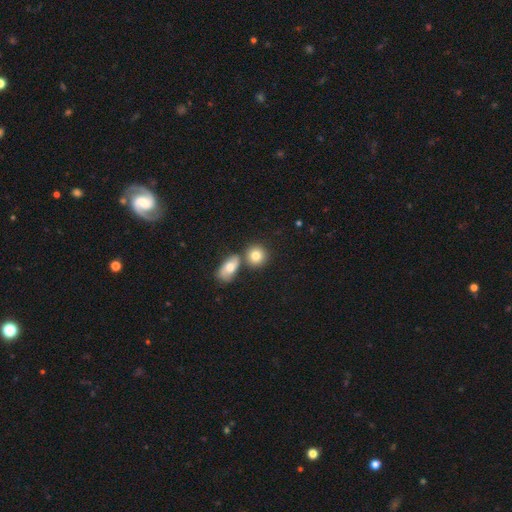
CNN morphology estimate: type=smooth (79%); roundness=round (76%); merging=none (60%).